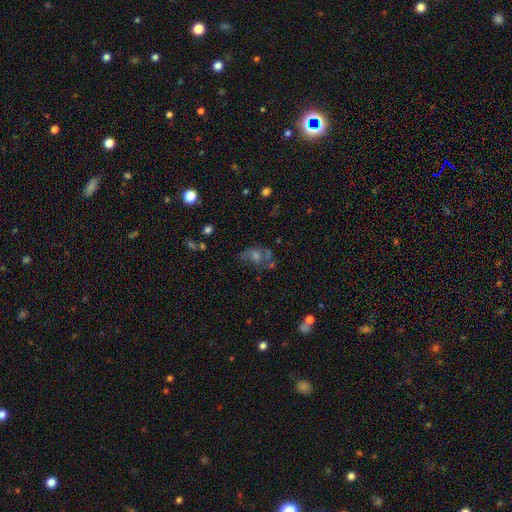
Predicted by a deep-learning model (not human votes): This appears to be a featured or disk galaxy (44%). Merging: none (46%).